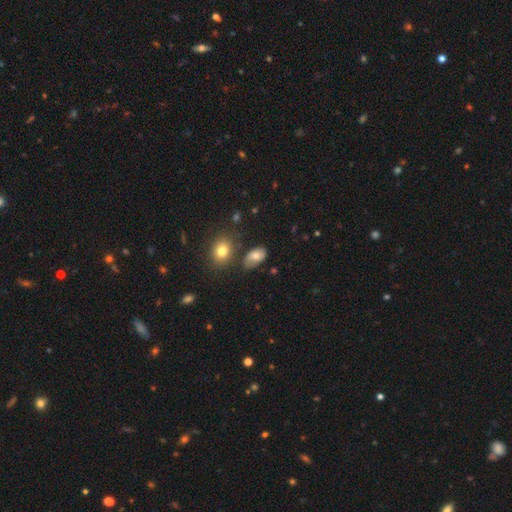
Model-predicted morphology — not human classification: This appears to be a smooth galaxy with no disk features (73%) that is in between round and cigar-shaped (90%). Merging: none (64%).